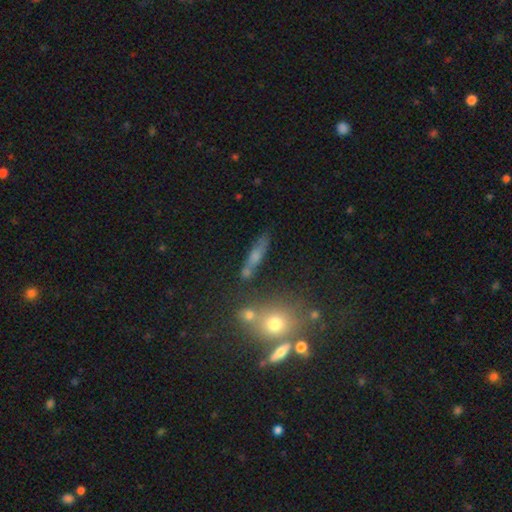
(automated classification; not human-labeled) Morphology: type=smooth (55%); roundness=cigar-shaped (73%); merging=none (68%).